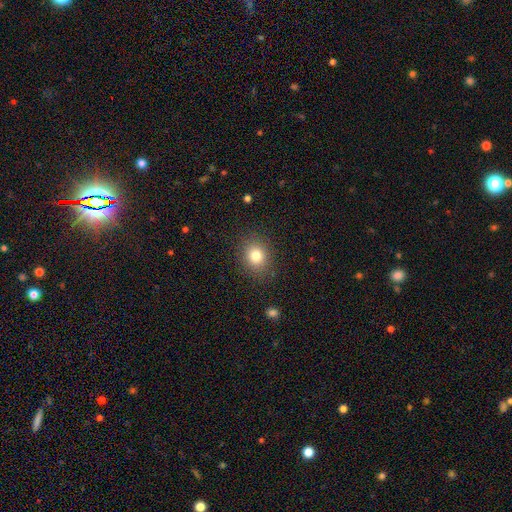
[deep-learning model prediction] smooth_or_featured: smooth (p=0.81) [alt: star or artifact p=0.11]
how_rounded: round (p=0.60) [alt: in between p=0.39]
merging: none (p=0.86) [alt: minor disturbance p=0.10]